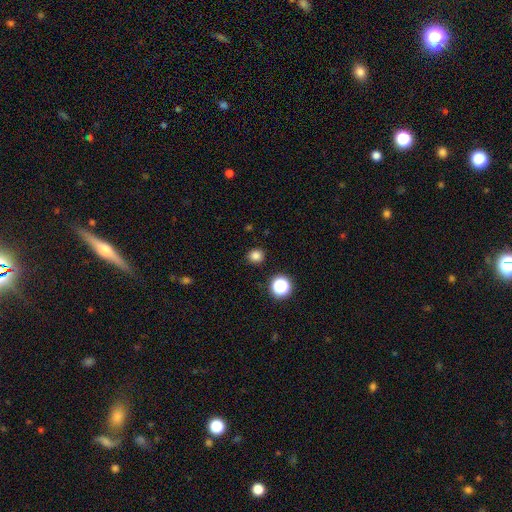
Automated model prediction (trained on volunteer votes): smooth 81%, star or artifact 15%, featured or disk 4%. Down the decision tree: how rounded — round (85%); merging — none (90%).